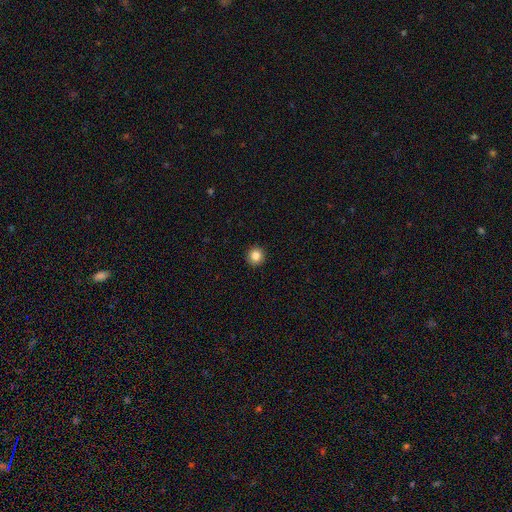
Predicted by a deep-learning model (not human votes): This is clearly a smooth galaxy (84%). How rounded: clearly round (95%). Merging: clearly none (94%).